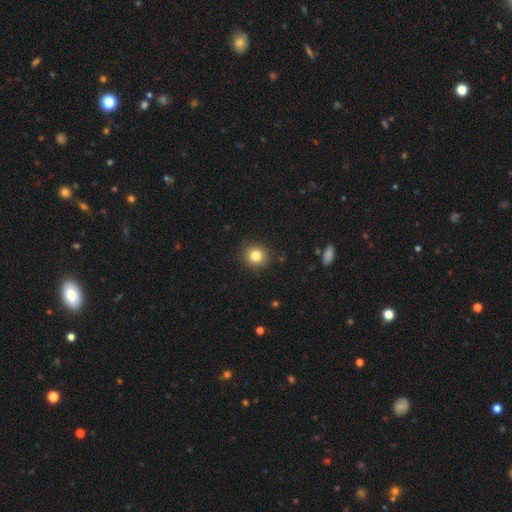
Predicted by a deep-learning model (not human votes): Smooth or featured? Predicted: smooth (p=0.82). How rounded? Predicted: round (p=0.89). Merging? Predicted: none (p=0.90).